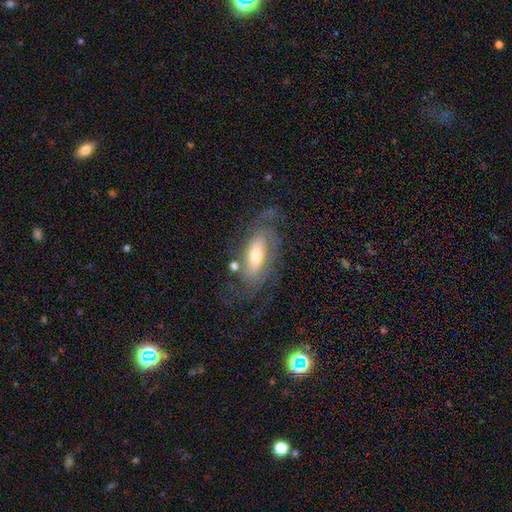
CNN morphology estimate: This appears to be a featured or disk galaxy (71%) with no bar (52%), tight (46%) spiral arms (85%) and a moderate central bulge (56%). Merging: none (60%).